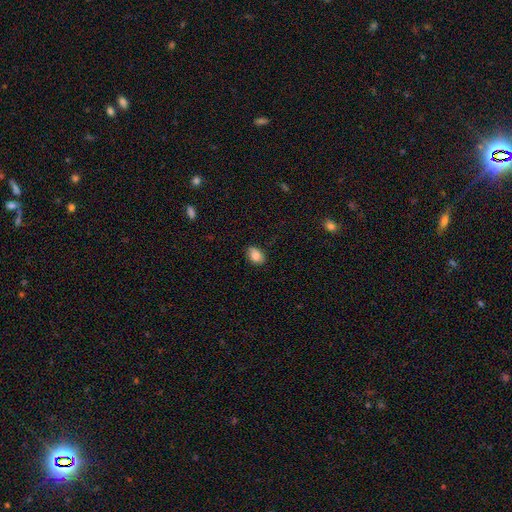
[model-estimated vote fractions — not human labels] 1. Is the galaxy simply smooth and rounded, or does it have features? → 83% smooth, 9% featured or disk, 8% star or artifact.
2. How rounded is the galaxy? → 80% in between, 19% round, 1% cigar-shaped.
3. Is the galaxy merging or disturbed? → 84% none, 12% minor disturbance, 2% major disturbance, 1% merger.